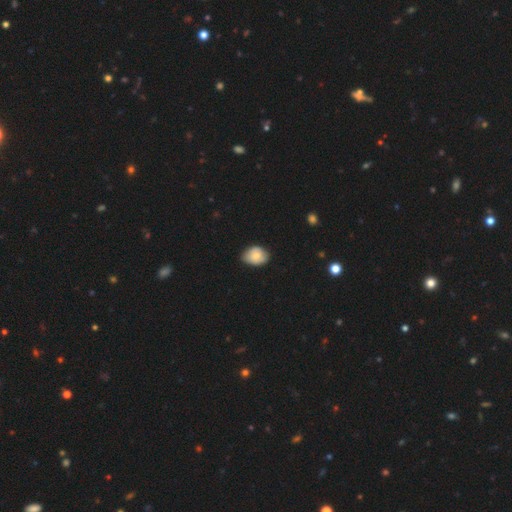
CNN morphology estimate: Smooth or featured? Predicted: smooth (p=0.78). How rounded? Predicted: in between (p=0.69). Merging? Predicted: none (p=0.68).